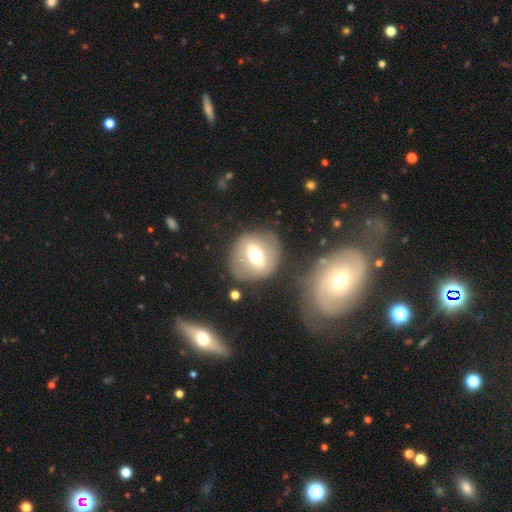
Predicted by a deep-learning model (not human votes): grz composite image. It shows a featured or disk galaxy (46%). Merging: none (74%).